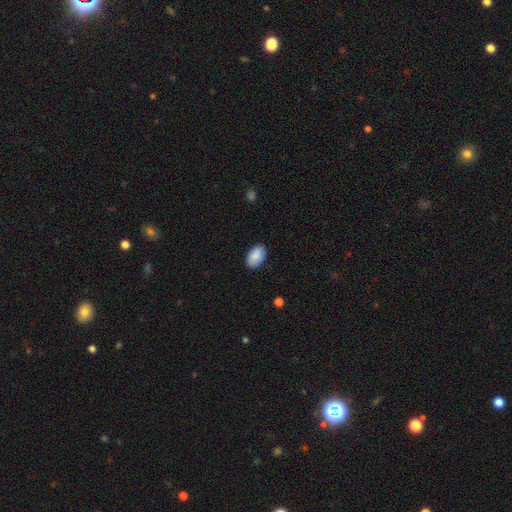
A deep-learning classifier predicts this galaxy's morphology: smooth-or-featured: smooth: 87% | featured or disk: 6% | star or artifact: 6%
  how-rounded: in between: 92% | round: 7% | cigar-shaped: 1%
  merging: none: 87% | minor disturbance: 10% | major disturbance: 2% | merger: 1%